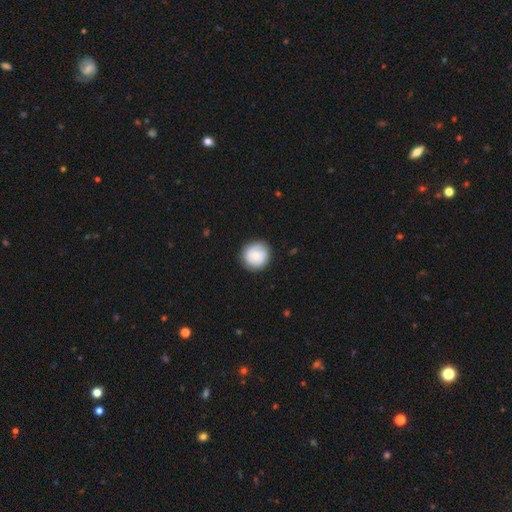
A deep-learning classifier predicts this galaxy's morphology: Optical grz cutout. It shows a smooth galaxy with no disk features (62%) that is round (92%). Merging: none (86%).